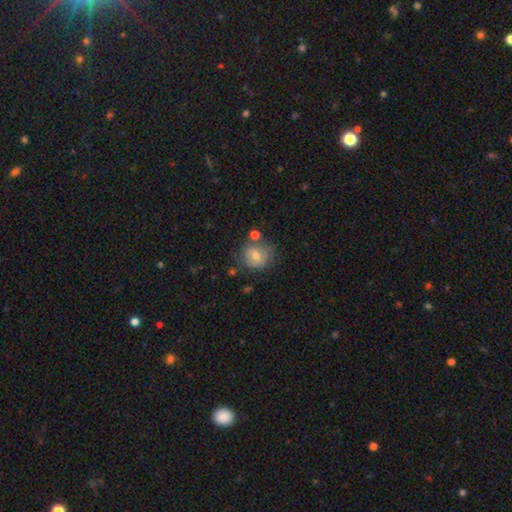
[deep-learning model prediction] The model was most divided on "smooth or featured": smooth: 66%, featured or disk: 23%, star or artifact: 11%. More confident: how rounded — round (81%); merging — none (64%).